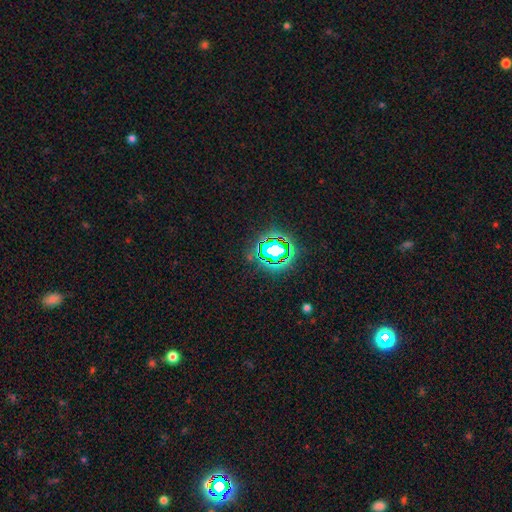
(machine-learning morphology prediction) This is likely a star or artifact rather than a galaxy (78%).